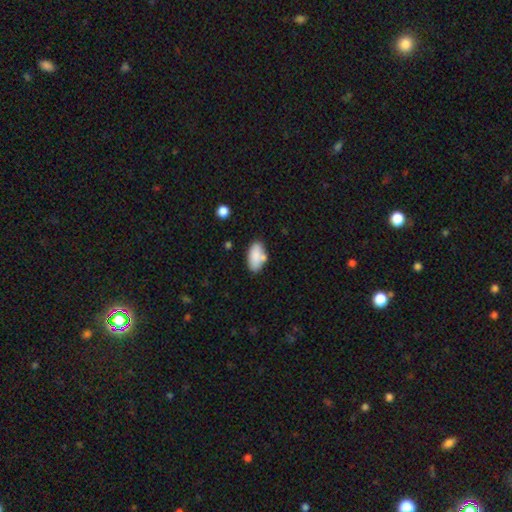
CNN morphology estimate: smooth 83%, featured or disk 10%, star or artifact 7%. Down the decision tree: how rounded — in between (92%); merging — none (65%).